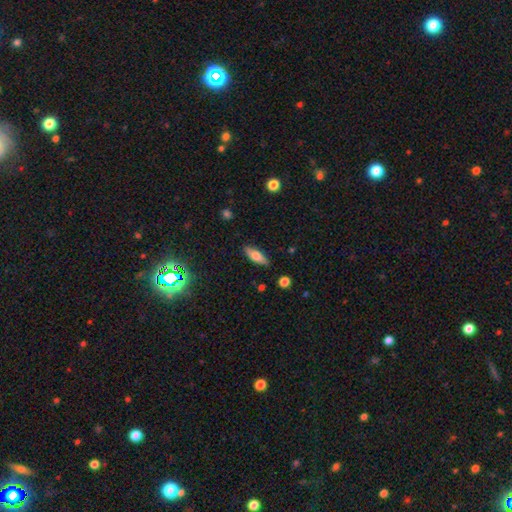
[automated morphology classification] Smooth or featured: smooth — 66% (featured or disk — 25%)
How rounded: in between — 58% (cigar-shaped — 40%)
Merging: none — 85% (minor disturbance — 12%)